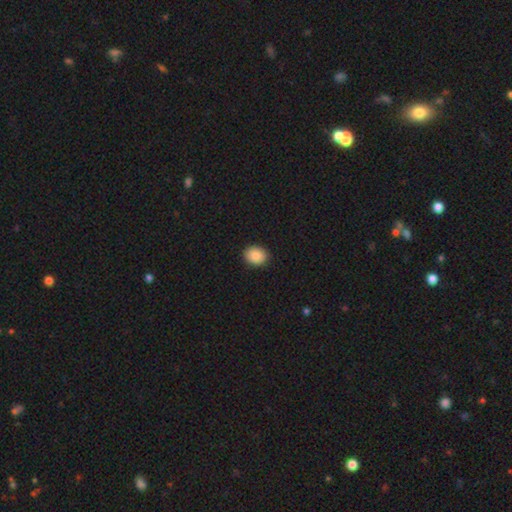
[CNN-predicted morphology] Smooth or featured?
  - smooth: 88% *
  - star or artifact: 8%
  - featured or disk: 4%
How rounded?
  - round: 54% *
  - in between: 45%
  - cigar-shaped: 1%
Merging?
  - none: 91% *
  - minor disturbance: 6%
  - major disturbance: 2%
  - merger: 1%